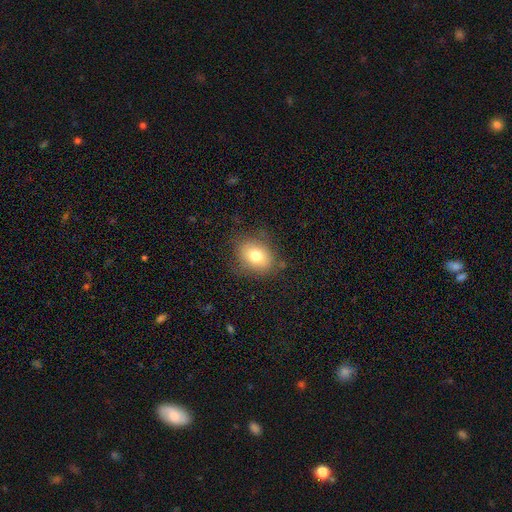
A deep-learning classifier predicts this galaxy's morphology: Overall: smooth (76%). How rounded: in between (53%; round 46%). Merging: none (78%).